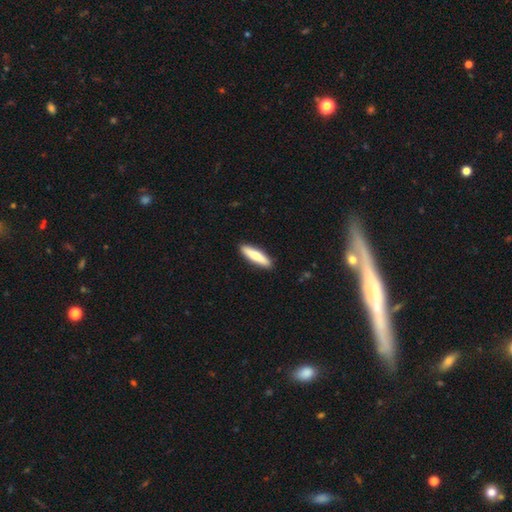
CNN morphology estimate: The model was most divided on "smooth or featured": smooth: 71%, featured or disk: 24%, star or artifact: 5%. More confident: merging — none (91%); how rounded — cigar-shaped (77%).